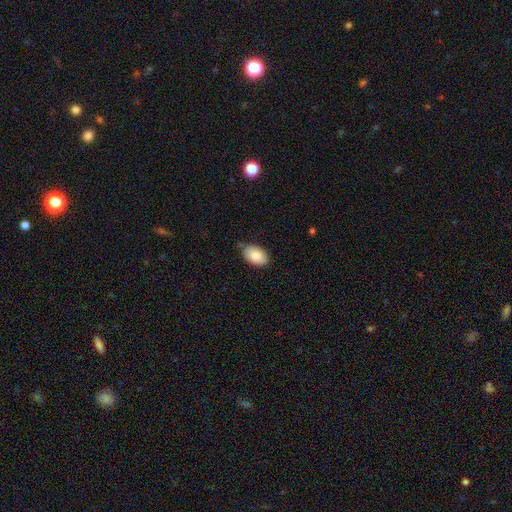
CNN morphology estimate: Q: Smooth or featured?
A: smooth (84%); runner-up: featured or disk (10%)
Q: How rounded?
A: in between (91%); runner-up: round (8%)
Q: Merging?
A: none (77%); runner-up: minor disturbance (18%)